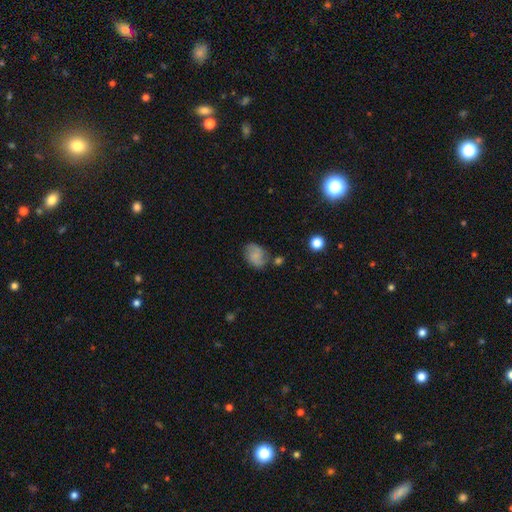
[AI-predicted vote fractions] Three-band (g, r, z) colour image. It shows a smooth galaxy with no disk features (58%) that is in between round and cigar-shaped (72%). Merging: none (60%).